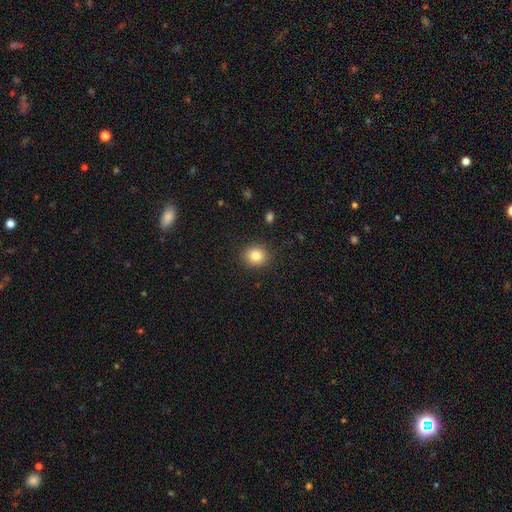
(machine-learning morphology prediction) A smooth galaxy with no disk features (83%) that is round (81%).

Vote fractions:
- Smooth or featured? smooth: 83% / star or artifact: 10% / featured or disk: 7%
- How rounded? round: 81% / in between: 18% / cigar-shaped: 1%
- Merging? none: 90% / minor disturbance: 7% / major disturbance: 2% / merger: 1%